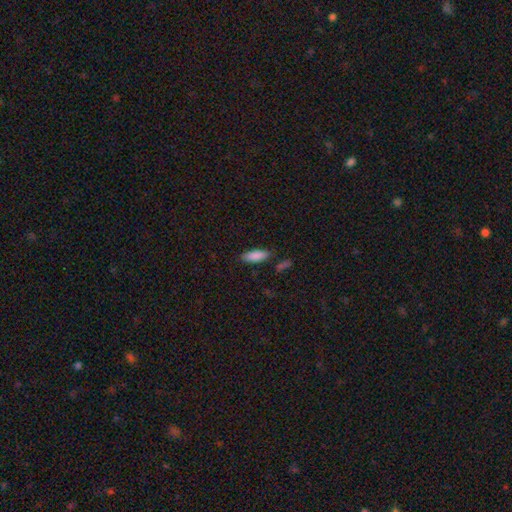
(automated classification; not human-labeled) smooth-or-featured: smooth: 87% | star or artifact: 7% | featured or disk: 6%
  how-rounded: in between: 70% | cigar-shaped: 28% | round: 2%
  merging: none: 82% | minor disturbance: 11% | merger: 4% | major disturbance: 3%